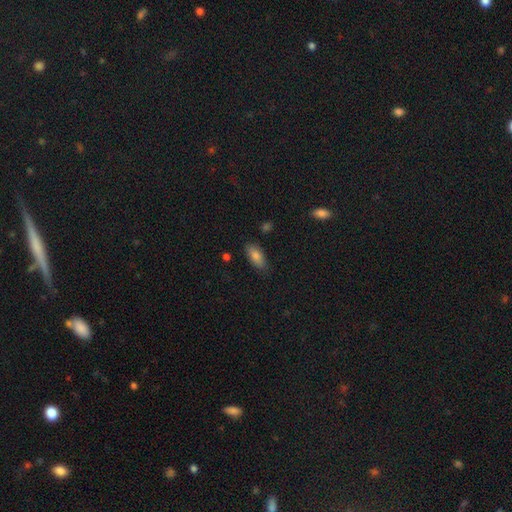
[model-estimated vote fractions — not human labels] Smooth or featured?
  - smooth: 81% *
  - featured or disk: 11%
  - star or artifact: 8%
How rounded?
  - in between: 87% *
  - cigar-shaped: 10%
  - round: 3%
Merging?
  - none: 81% *
  - minor disturbance: 14%
  - major disturbance: 3%
  - merger: 2%